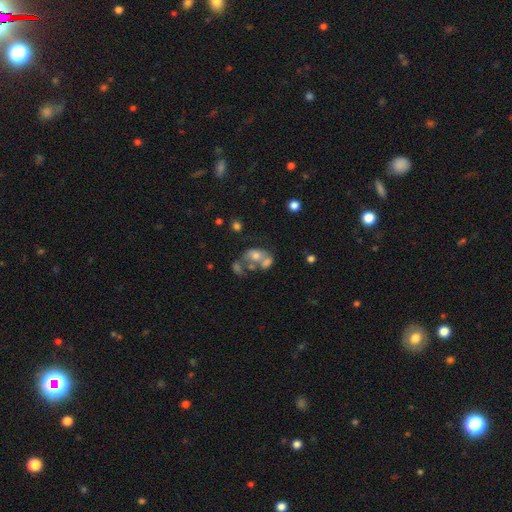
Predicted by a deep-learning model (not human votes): Smooth or featured: smooth — 52% (featured or disk — 35%)
How rounded: in between — 72% (round — 26%)
Merging: merger — 56% (none — 19%)